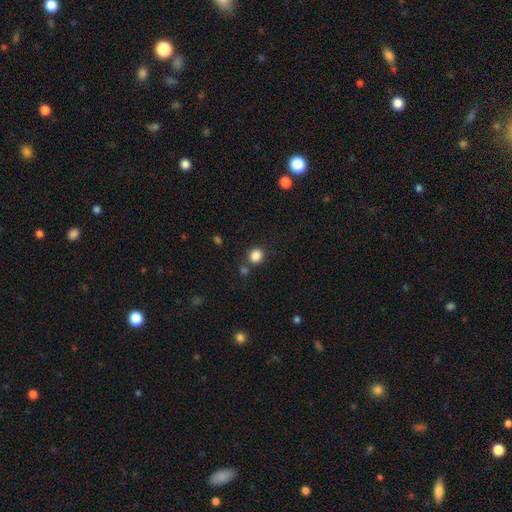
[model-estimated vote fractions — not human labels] This appears to be a smooth galaxy with no disk features (85%) that is round (87%). Merging: none (78%).